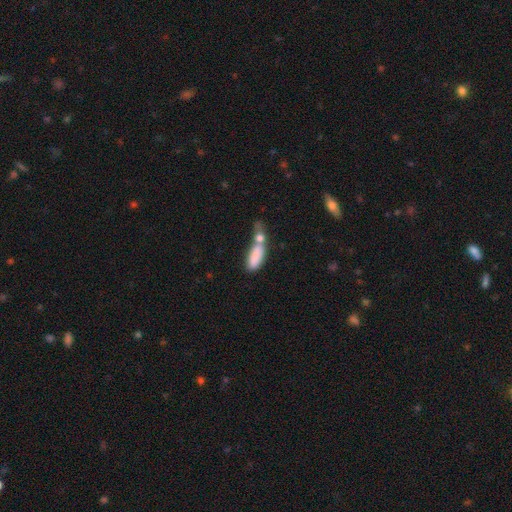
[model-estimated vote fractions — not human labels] Smooth or featured?
  - smooth: 81% *
  - featured or disk: 12%
  - star or artifact: 7%
How rounded?
  - in between: 64% *
  - cigar-shaped: 32%
  - round: 3%
Merging?
  - merger: 54% *
  - none: 25%
  - minor disturbance: 12%
  - major disturbance: 9%